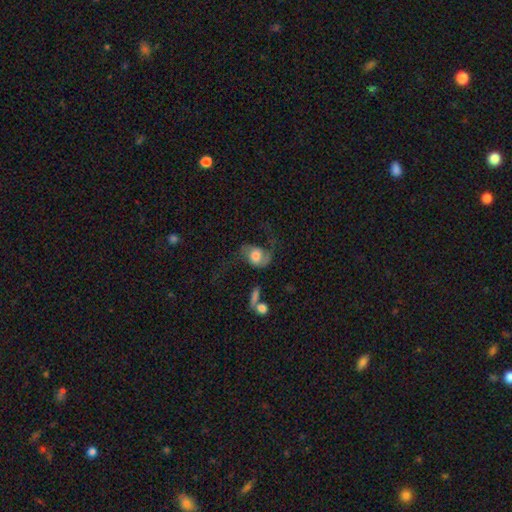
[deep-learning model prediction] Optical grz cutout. It shows a featured or disk galaxy (52%). Merging: none (41%).